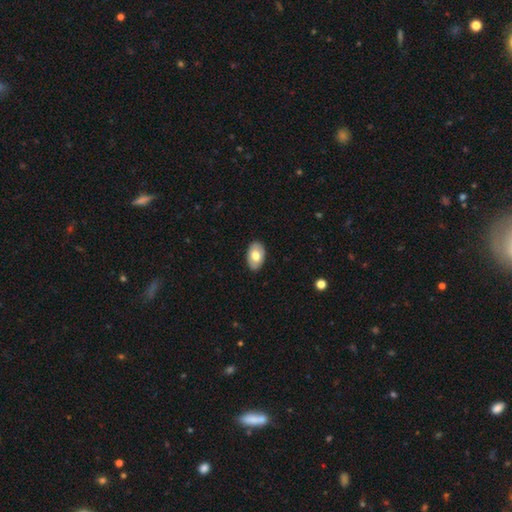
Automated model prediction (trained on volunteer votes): Morphology: type=smooth (68%); roundness=in between (91%); merging=none (87%).